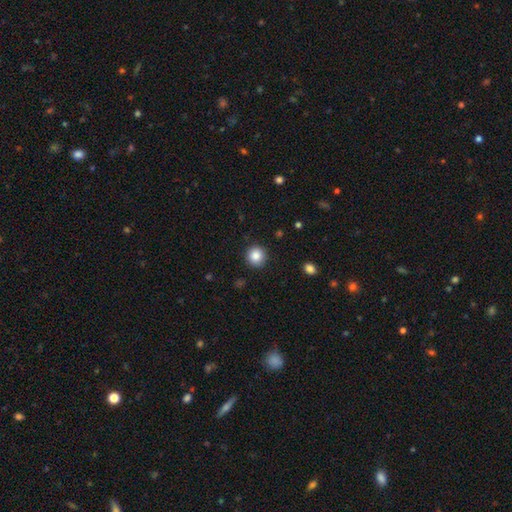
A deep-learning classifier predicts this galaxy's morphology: A smooth galaxy with no disk features (86%) that is round (94%). Merging: none (91%).